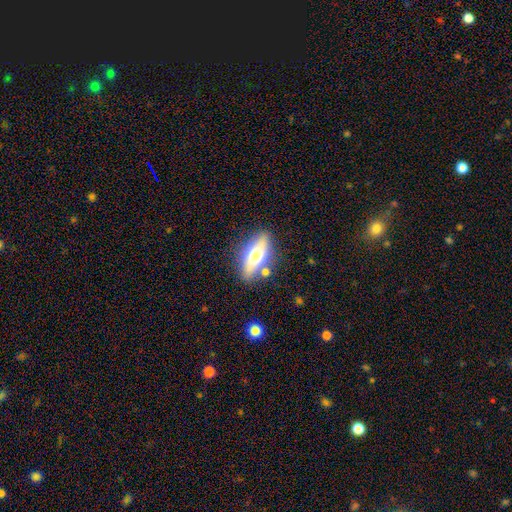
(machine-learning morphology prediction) This is possibly a smooth galaxy (52%). How rounded: likely in between (70%). Merging: likely none (76%).